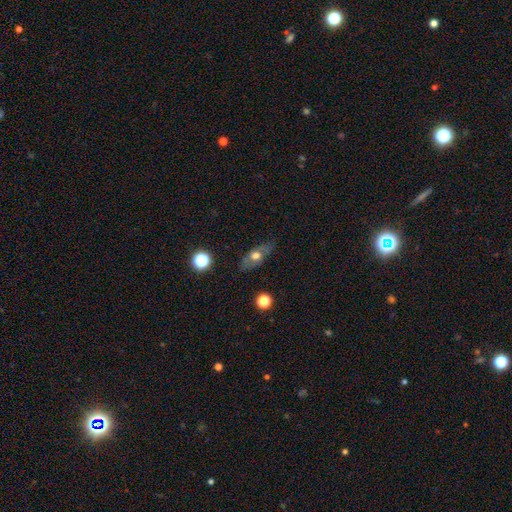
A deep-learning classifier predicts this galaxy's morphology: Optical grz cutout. It shows a smooth galaxy with no disk features (53%) that is in between round and cigar-shaped (72%). Merging: none (79%).